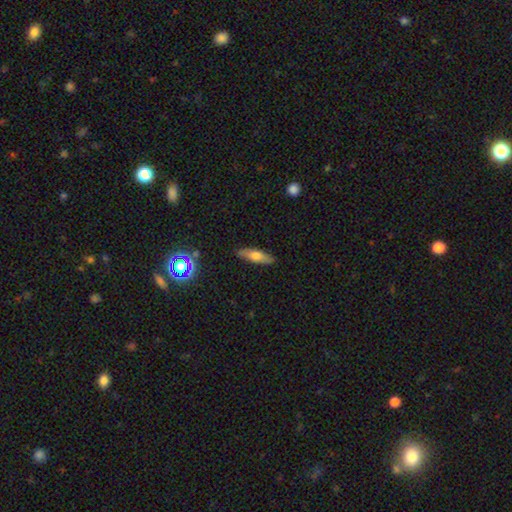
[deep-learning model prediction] Overall: smooth (62%; featured or disk 29%). How rounded: cigar-shaped (55%; in between 42%). Merging: none (86%).